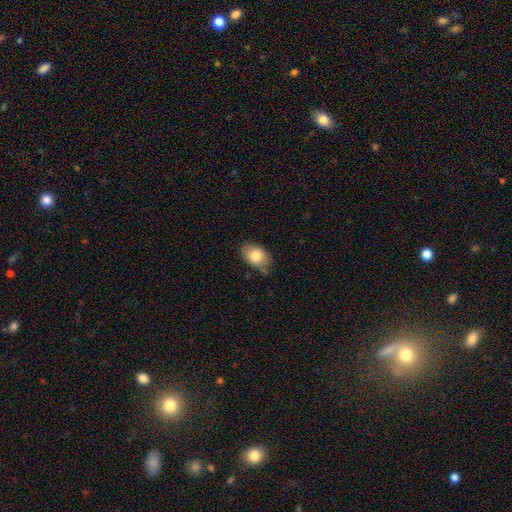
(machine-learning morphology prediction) Smooth or featured? smooth (82%)
How rounded? in between (84%)
Merging? none (67%)